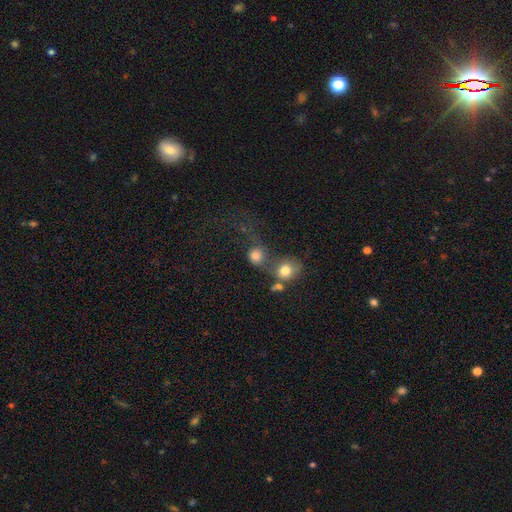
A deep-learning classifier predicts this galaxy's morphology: smooth 77%, star or artifact 12%, featured or disk 11%. Down the decision tree: how rounded — round (80%); merging — merger (45%).